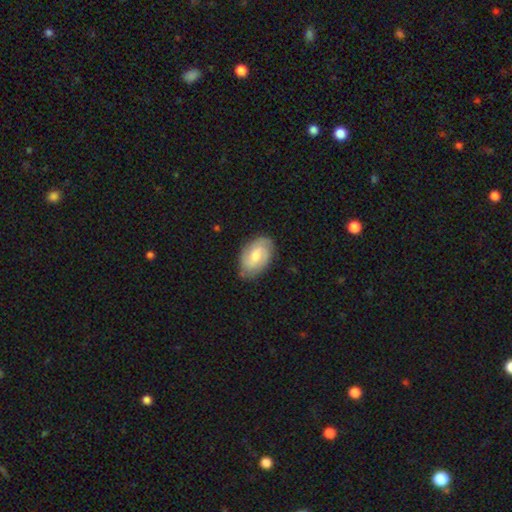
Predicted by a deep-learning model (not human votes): The model was most divided on "bar": weak: 46%, no: 45%, strong: 9%. More confident: edge-on disk — no (96%); spiral arms — yes (87%); merging — none (80%); bulge size — moderate (62%); smooth or featured — featured or disk (56%).